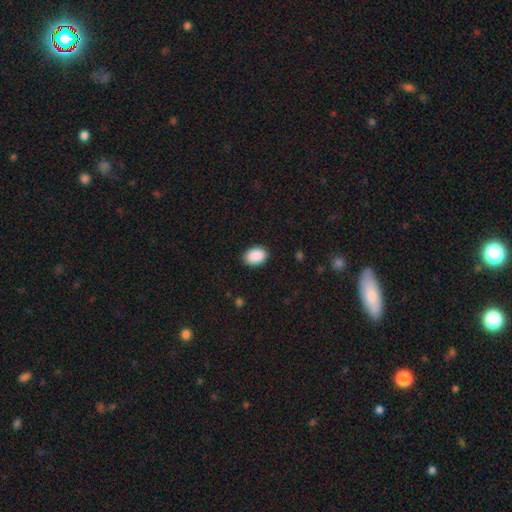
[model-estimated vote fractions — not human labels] smooth-or-featured: smooth: 90% | star or artifact: 7% | featured or disk: 3%
  how-rounded: in between: 81% | round: 18% | cigar-shaped: 1%
  merging: none: 88% | minor disturbance: 9% | major disturbance: 2% | merger: 1%